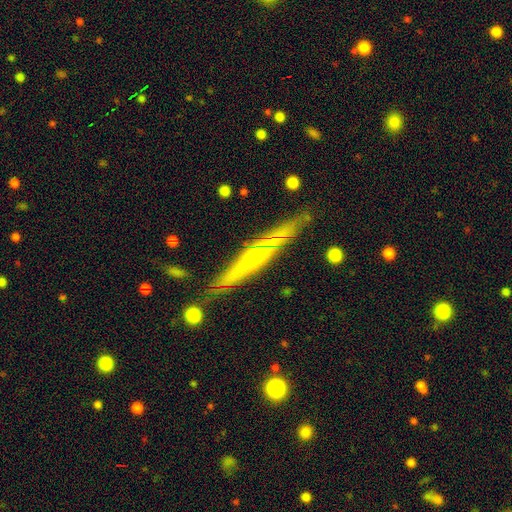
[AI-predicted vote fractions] The model was most divided on "edge-on bulge": rounded: 69%, none: 27%, boxy: 4%. More confident: edge-on disk — yes (96%); merging — none (84%); smooth or featured — featured or disk (71%).